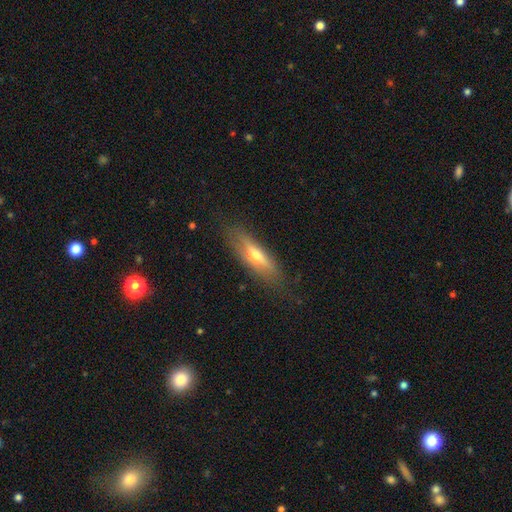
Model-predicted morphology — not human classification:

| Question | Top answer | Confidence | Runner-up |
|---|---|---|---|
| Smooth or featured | featured or disk | 50% | smooth (43%) |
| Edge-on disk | yes | 81% | no (19%) |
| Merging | none | 76% | minor disturbance (17%) |